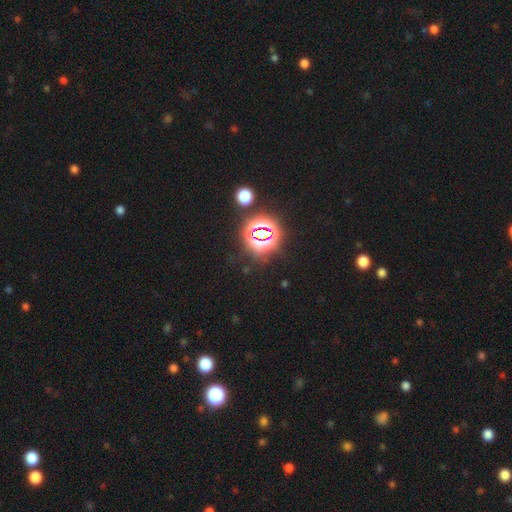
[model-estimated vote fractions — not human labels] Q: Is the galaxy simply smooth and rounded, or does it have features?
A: star or artifact — 82%.